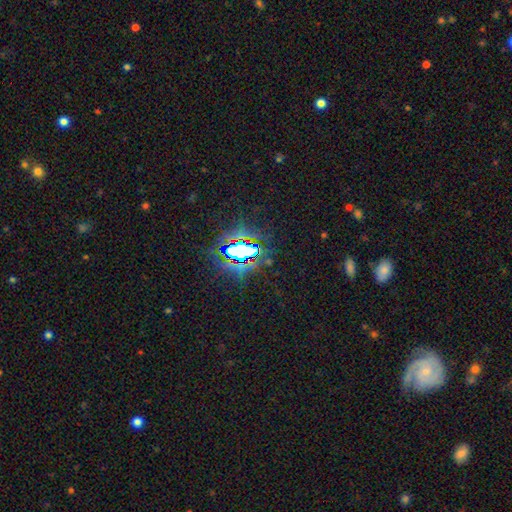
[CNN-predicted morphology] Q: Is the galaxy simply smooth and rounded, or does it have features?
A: star or artifact — 80%.